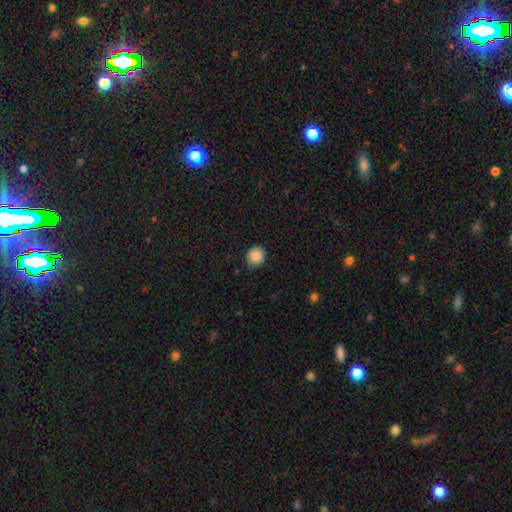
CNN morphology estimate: This is clearly a smooth galaxy (86%). How rounded: clearly round (87%). Merging: clearly none (82%).